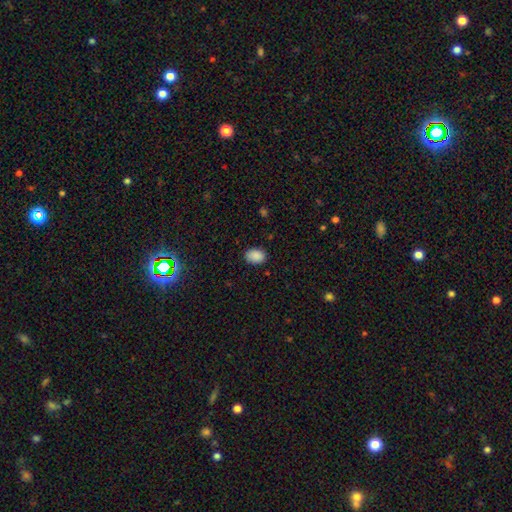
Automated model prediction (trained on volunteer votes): smooth-or-featured: smooth: 89% | star or artifact: 8% | featured or disk: 3%
  how-rounded: in between: 79% | round: 20% | cigar-shaped: 1%
  merging: none: 85% | minor disturbance: 11% | major disturbance: 2% | merger: 1%